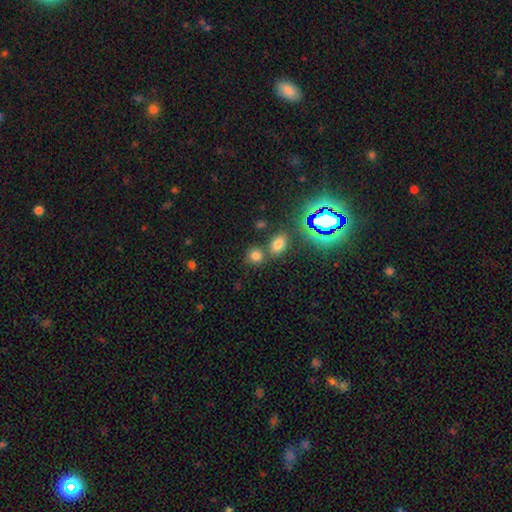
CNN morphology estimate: smooth_or_featured: smooth (p=0.74) [alt: star or artifact p=0.20]
how_rounded: round (p=0.69) [alt: in between p=0.30]
merging: none (p=0.62) [alt: merger p=0.25]